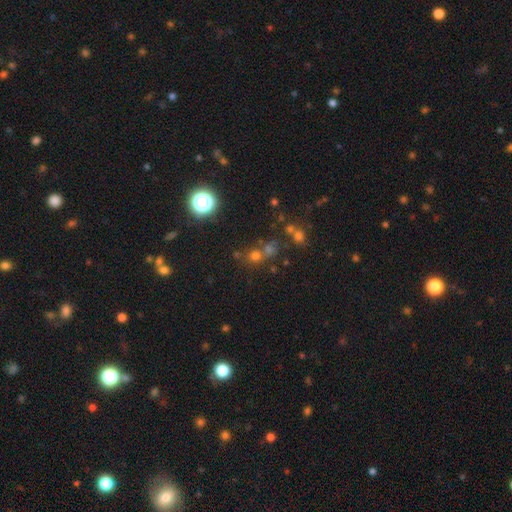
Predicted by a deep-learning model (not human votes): smooth_or_featured: smooth (p=0.52) [alt: star or artifact p=0.38]
how_rounded: round (p=0.85) [alt: in between p=0.14]
merging: none (p=0.59) [alt: merger p=0.28]